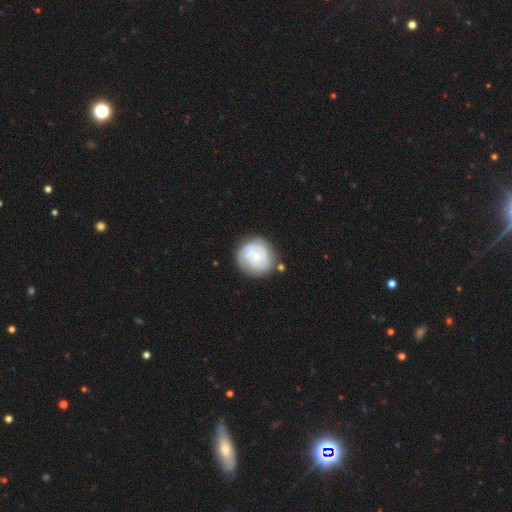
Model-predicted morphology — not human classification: Smooth or featured: featured or disk — 61% (smooth — 33%)
Edge-on disk: no — 98% (yes — 2%)
Bar: no — 76% (weak — 21%)
Spiral arms: yes — 77% (no — 23%)
Bulge size: small — 65% (moderate — 26%)
Merging: none — 71% (minor disturbance — 17%)